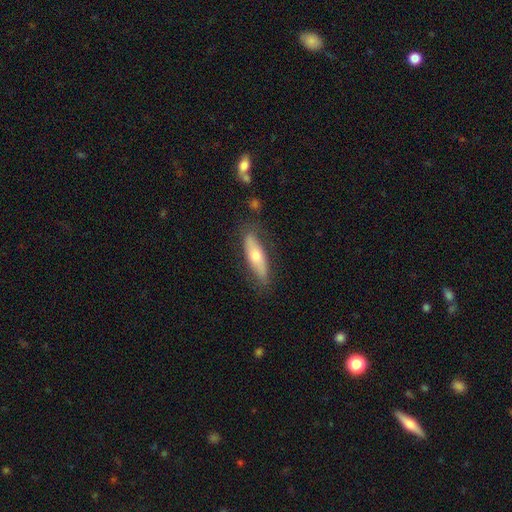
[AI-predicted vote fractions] The model was most divided on "smooth or featured": smooth: 51%, featured or disk: 43%, star or artifact: 7%. More confident: merging — none (78%); how rounded — cigar-shaped (60%).